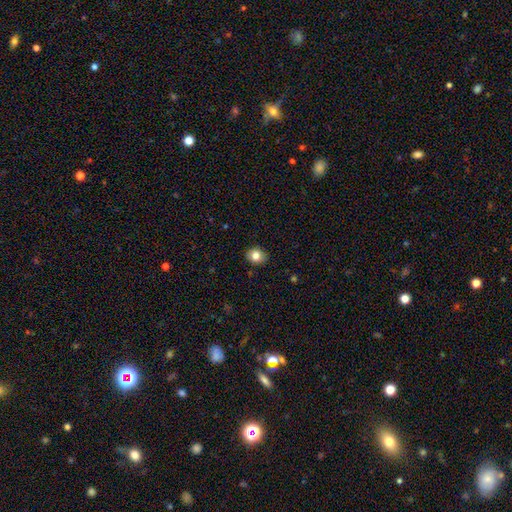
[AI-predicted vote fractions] Smooth or featured? Predicted: smooth (p=0.81). How rounded? Predicted: round (p=0.59). Merging? Predicted: none (p=0.88).